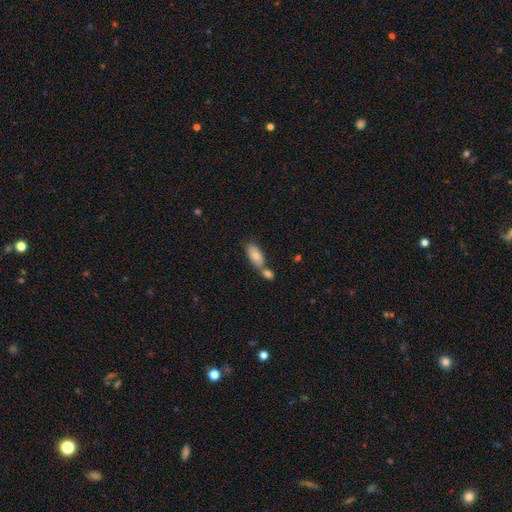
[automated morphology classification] Q: Smooth or featured?
A: smooth (77%); runner-up: featured or disk (16%)
Q: How rounded?
A: in between (86%); runner-up: cigar-shaped (11%)
Q: Merging?
A: none (43%); tied with: merger (43%)